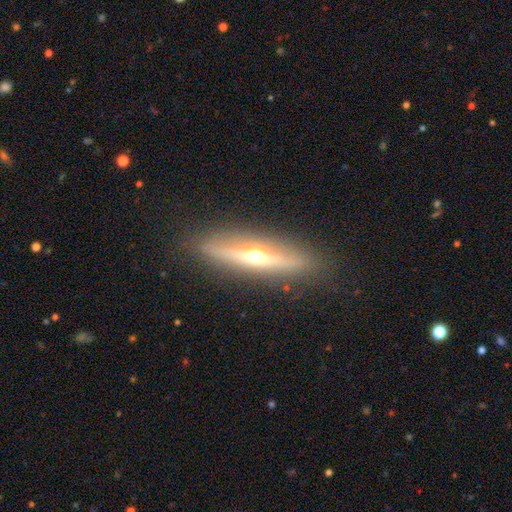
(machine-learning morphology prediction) featured or disk 70%, smooth 23%, star or artifact 7%. Down the decision tree: edge-on disk — yes (92%); edge-on bulge — rounded (91%); merging — none (88%).